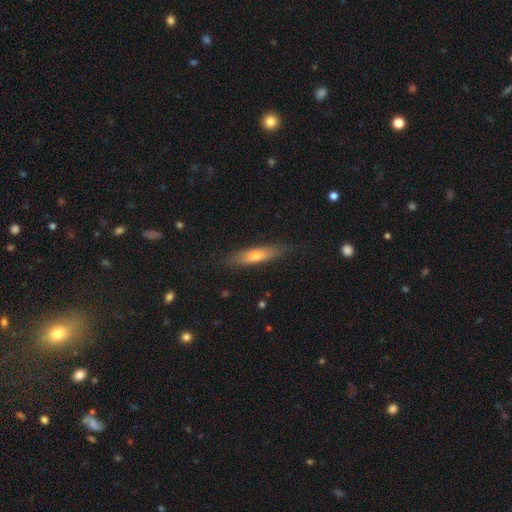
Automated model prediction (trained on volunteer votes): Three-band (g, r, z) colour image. It shows a smooth galaxy with no disk features (55%) that is cigar-shaped (76%). Merging: none (83%).